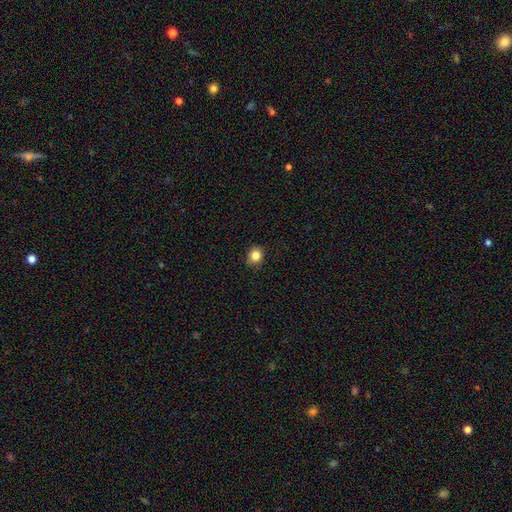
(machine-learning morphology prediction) Smooth or featured? smooth (84%)
How rounded? round (80%)
Merging? none (87%)